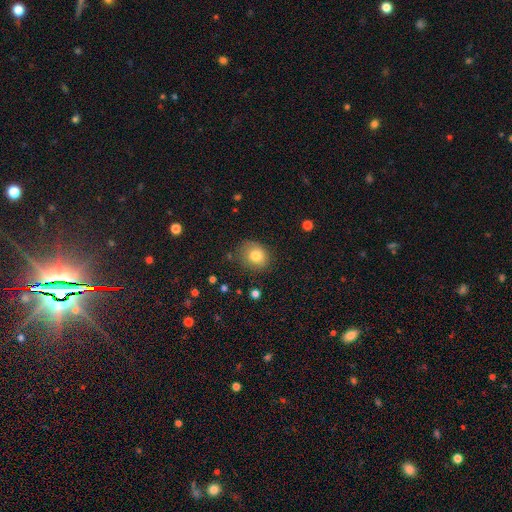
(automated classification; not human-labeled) Overall: smooth (80%). How rounded: round (64%; in between 35%). Merging: none (76%).